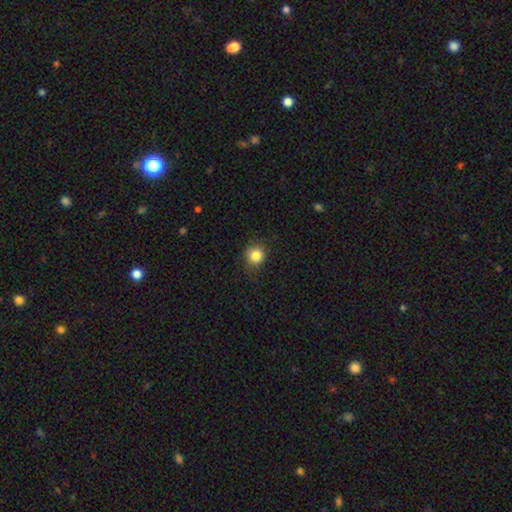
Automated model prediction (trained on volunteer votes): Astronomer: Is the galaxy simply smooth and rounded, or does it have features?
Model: smooth — 84%.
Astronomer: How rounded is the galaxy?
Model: round — 86%.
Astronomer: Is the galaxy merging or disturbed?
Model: none — 81%.